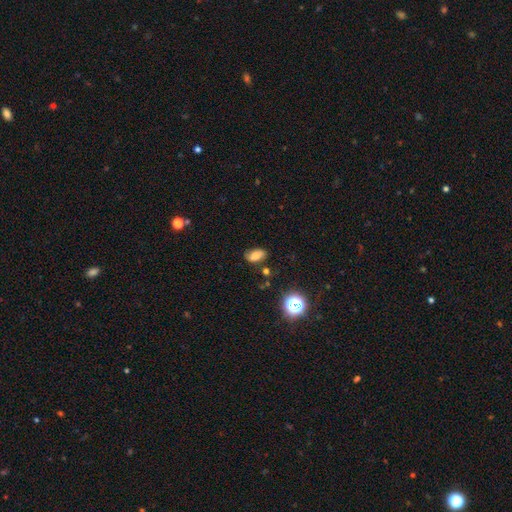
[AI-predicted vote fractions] Q: Smooth or featured?
A: smooth (72%); runner-up: star or artifact (16%)
Q: How rounded?
A: in between (87%); runner-up: round (10%)
Q: Merging?
A: none (72%); runner-up: minor disturbance (20%)